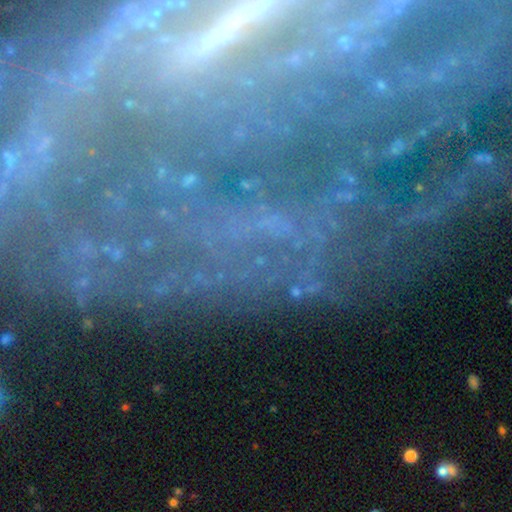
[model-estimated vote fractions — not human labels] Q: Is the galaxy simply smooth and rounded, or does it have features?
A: featured or disk — 64%.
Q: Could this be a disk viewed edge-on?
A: no — 86%.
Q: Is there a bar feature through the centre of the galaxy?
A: strong — 45%.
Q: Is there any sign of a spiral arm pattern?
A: yes — 83%.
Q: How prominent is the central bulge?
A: small — 49%.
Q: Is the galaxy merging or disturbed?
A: none — 68%.